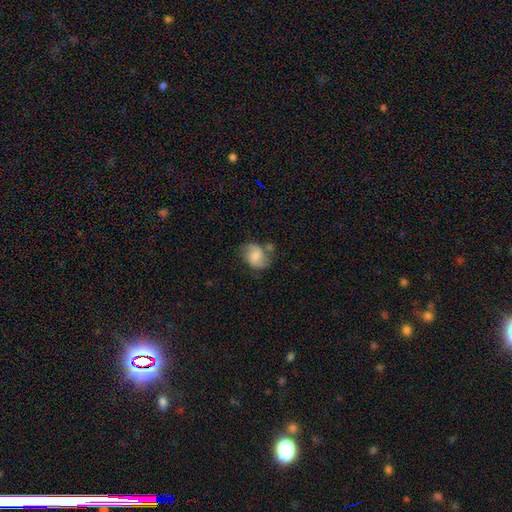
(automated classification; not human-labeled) This is possibly a smooth galaxy (55%). How rounded: possibly in between (55%). Merging: possibly none (55%).